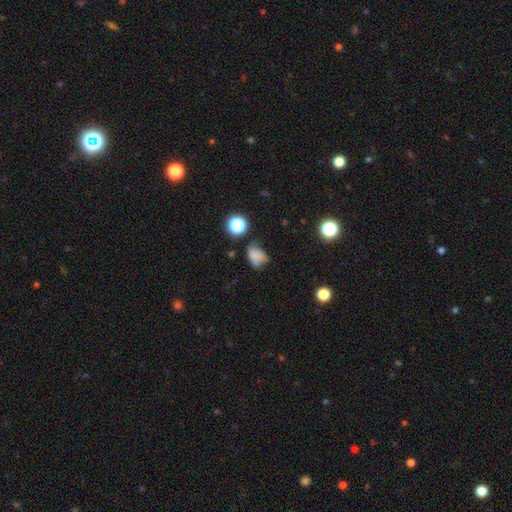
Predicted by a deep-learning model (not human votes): Q: Smooth or featured?
A: smooth (70%); runner-up: star or artifact (16%)
Q: How rounded?
A: in between (62%); runner-up: round (37%)
Q: Merging?
A: none (40%); runner-up: minor disturbance (38%)